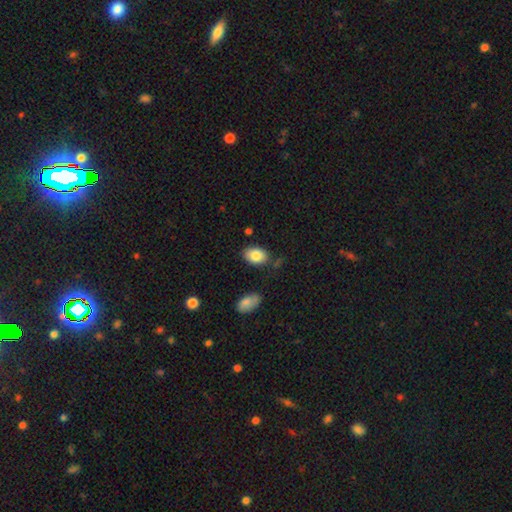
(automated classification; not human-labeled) Smooth or featured?
  - smooth: 84% *
  - featured or disk: 9%
  - star or artifact: 7%
How rounded?
  - in between: 86% *
  - round: 13%
  - cigar-shaped: 1%
Merging?
  - none: 77% *
  - minor disturbance: 15%
  - merger: 4%
  - major disturbance: 4%